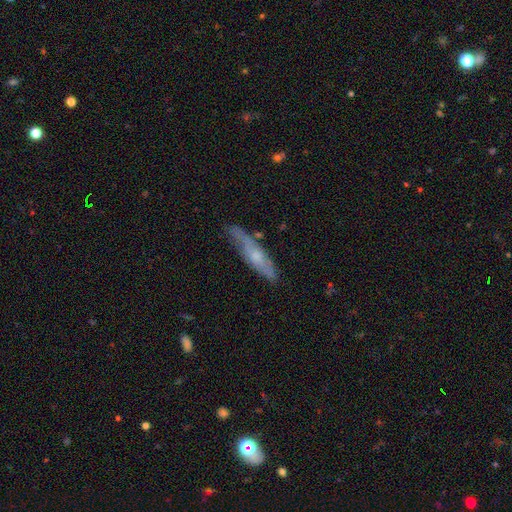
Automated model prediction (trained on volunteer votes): smooth_or_featured: featured or disk (p=0.54) [alt: smooth p=0.40]
disk_edge_on: yes (p=0.65) [alt: no p=0.35]
merging: none (p=0.68) [alt: minor disturbance p=0.24]